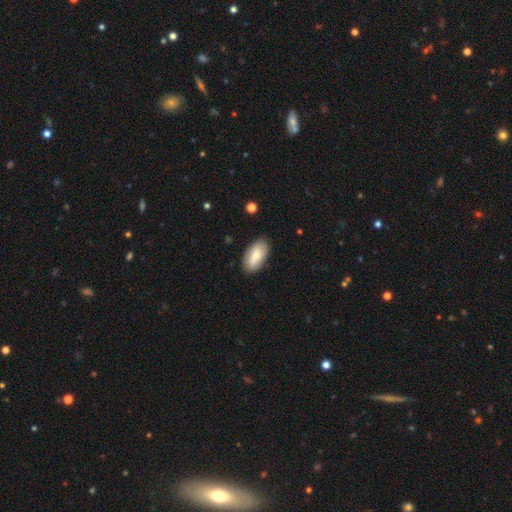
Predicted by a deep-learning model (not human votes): A smooth galaxy with no disk features (74%) that is in between round and cigar-shaped (93%).

Vote fractions:
- Smooth or featured? smooth: 74% / featured or disk: 20% / star or artifact: 6%
- How rounded? in between: 93% / cigar-shaped: 4% / round: 3%
- Merging? none: 84% / minor disturbance: 12% / major disturbance: 3% / merger: 1%